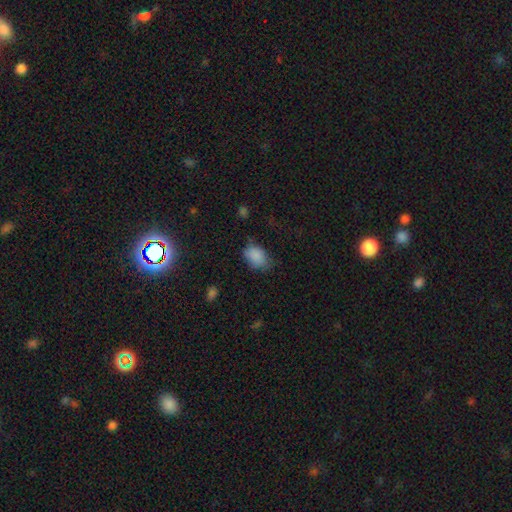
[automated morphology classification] This is clearly a smooth galaxy (85%). How rounded: likely in between (79%). Merging: possibly none (55%).